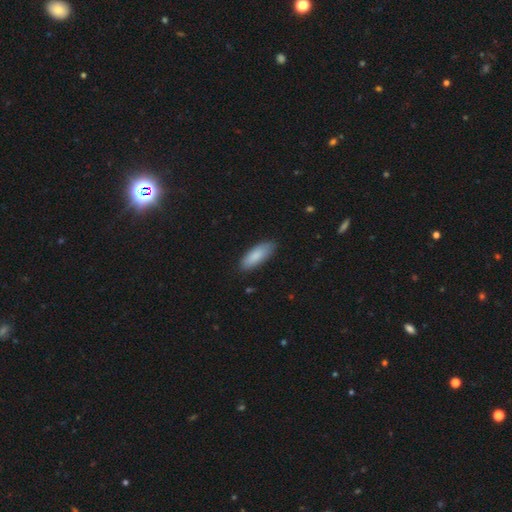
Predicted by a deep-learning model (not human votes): Smooth or featured? Predicted: smooth (p=0.86). How rounded? Predicted: in between (p=0.70). Merging? Predicted: none (p=0.84).